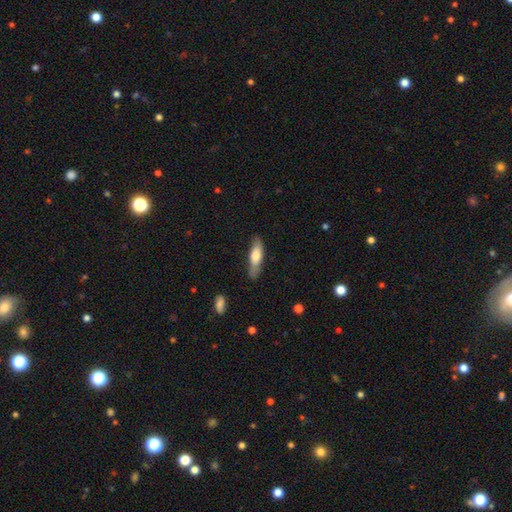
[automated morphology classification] The model was most divided on "how rounded": cigar-shaped: 56%, in between: 42%, round: 2%. More confident: merging — none (75%); smooth or featured — smooth (64%).